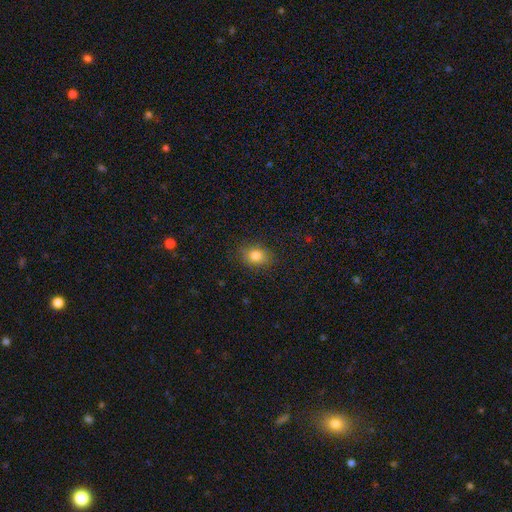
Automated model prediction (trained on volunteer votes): This appears to be a smooth galaxy with no disk features (83%) that is in between round and cigar-shaped (55%). Merging: none (84%).